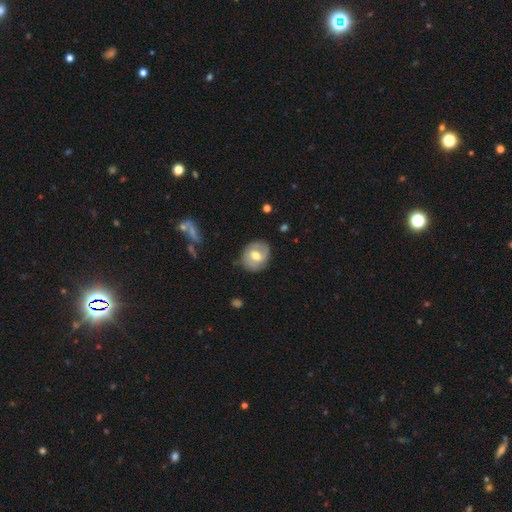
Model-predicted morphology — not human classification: This is possibly a featured or disk galaxy (48%). Merging: likely none (78%).